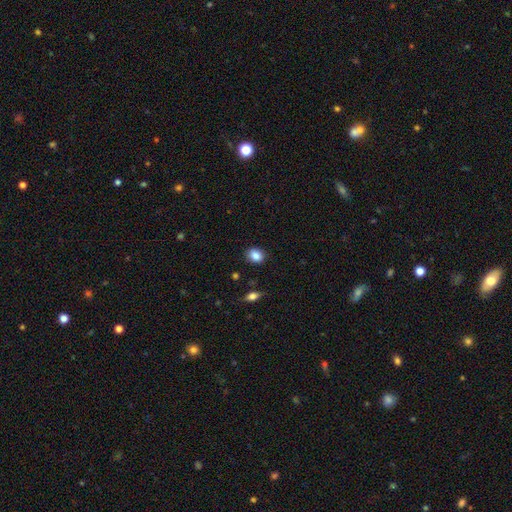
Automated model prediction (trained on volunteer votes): smooth 86%, star or artifact 9%, featured or disk 5%. Down the decision tree: how rounded — in between (57%); merging — none (85%).